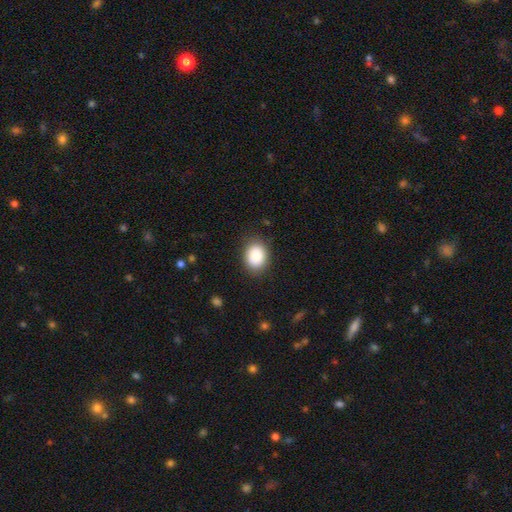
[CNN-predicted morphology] Smooth or featured? Predicted: smooth (p=0.87). How rounded? Predicted: in between (p=0.56). Merging? Predicted: none (p=0.86).